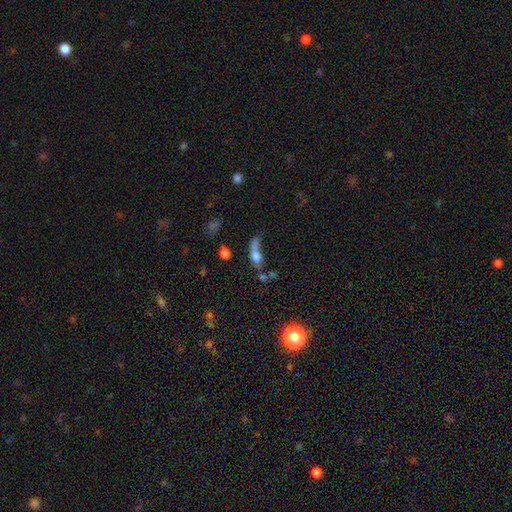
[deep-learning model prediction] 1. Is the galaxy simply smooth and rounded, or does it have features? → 66% smooth, 21% featured or disk, 13% star or artifact.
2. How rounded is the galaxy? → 55% in between, 24% round, 21% cigar-shaped.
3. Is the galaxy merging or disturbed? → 30% merger (tied), 30% major disturbance (tied), 25% none, 16% minor disturbance.